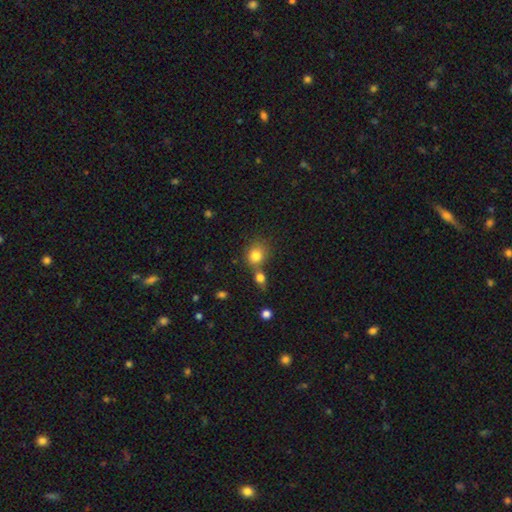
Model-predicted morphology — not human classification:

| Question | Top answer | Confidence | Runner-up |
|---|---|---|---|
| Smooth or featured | smooth | 81% | star or artifact (11%) |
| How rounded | round | 74% | in between (25%) |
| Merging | none | 52% | merger (33%) |